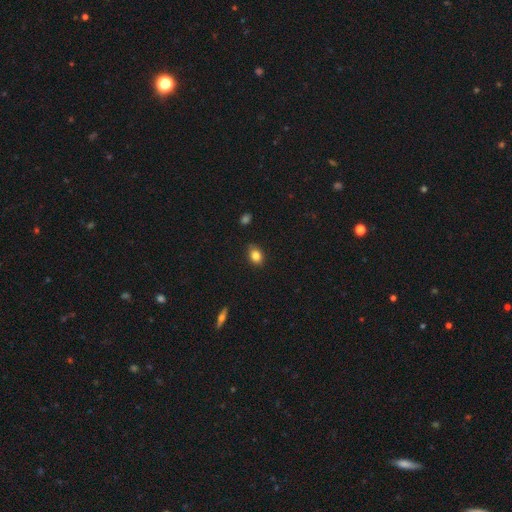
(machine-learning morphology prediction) smooth_or_featured: smooth (p=0.83) [alt: star or artifact p=0.09]
how_rounded: in between (p=0.72) [alt: round p=0.27]
merging: none (p=0.83) [alt: minor disturbance p=0.13]